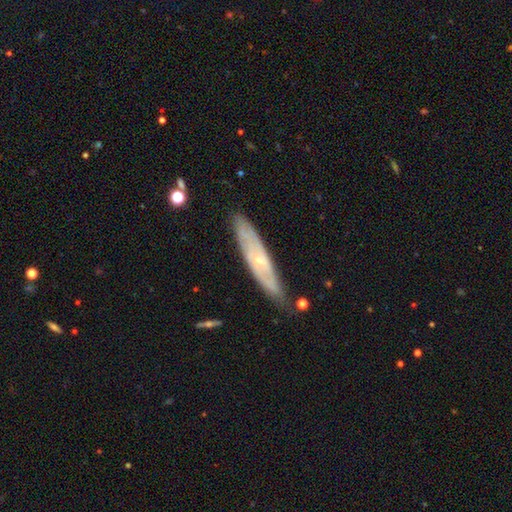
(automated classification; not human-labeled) A featured or disk galaxy (62%) viewed edge-on (54%).

Vote fractions:
- Smooth or featured? featured or disk: 62% / smooth: 28% / star or artifact: 10%
- Edge-on disk? yes: 54% / no: 46%
- Merging? none: 83% / minor disturbance: 13% / major disturbance: 2% / merger: 2%